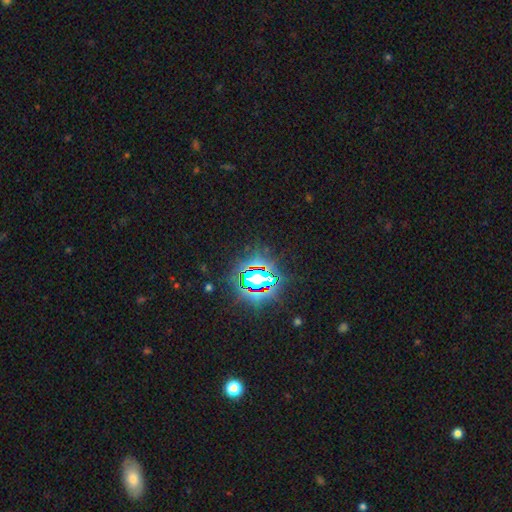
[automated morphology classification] star or artifact 82%, smooth 11%, featured or disk 8%.